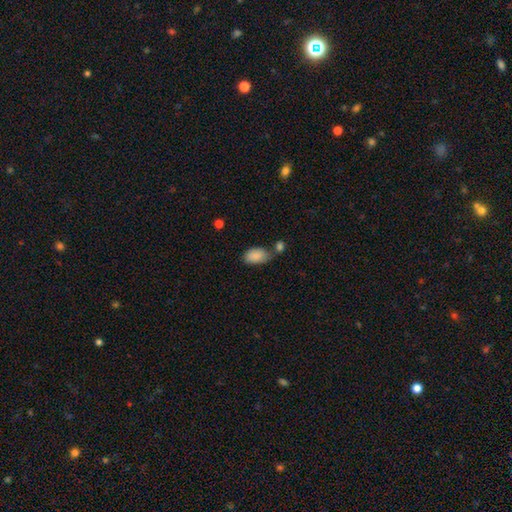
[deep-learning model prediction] Smooth or featured: smooth — 88% (star or artifact — 7%)
How rounded: in between — 93% (round — 6%)
Merging: none — 52% (minor disturbance — 21%)